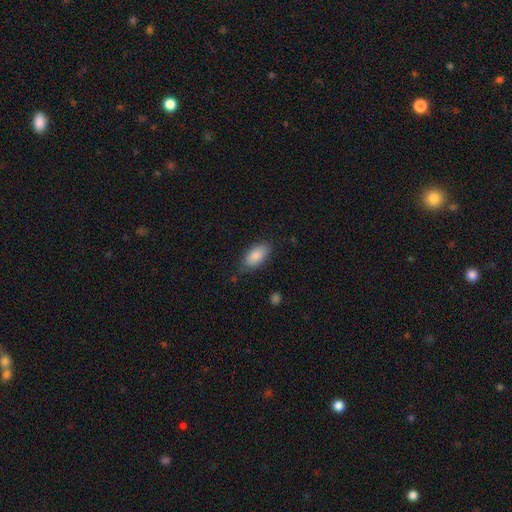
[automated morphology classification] A smooth galaxy with no disk features (86%) that is in between round and cigar-shaped (90%). Merging: none (77%).